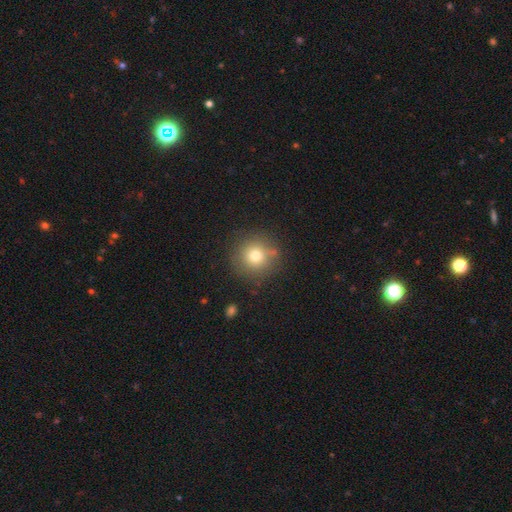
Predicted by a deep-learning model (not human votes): Smooth or featured?
  - smooth: 75% *
  - star or artifact: 14%
  - featured or disk: 11%
How rounded?
  - round: 95% *
  - in between: 5%
  - cigar-shaped: 1%
Merging?
  - none: 85% *
  - minor disturbance: 9%
  - major disturbance: 3%
  - merger: 3%